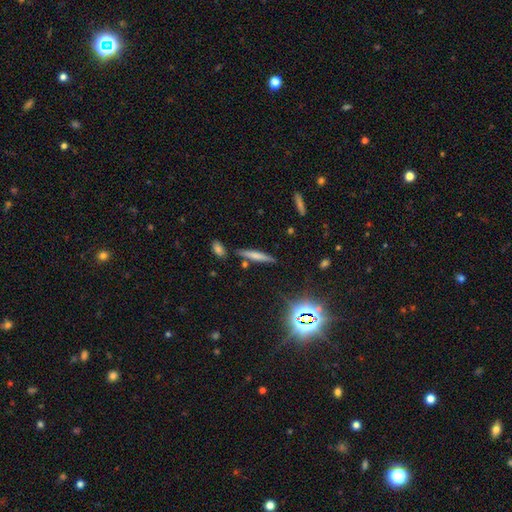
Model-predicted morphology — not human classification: The model was most divided on "smooth or featured": smooth: 59%, featured or disk: 29%, star or artifact: 12%. More confident: how rounded — cigar-shaped (90%); merging — none (80%).